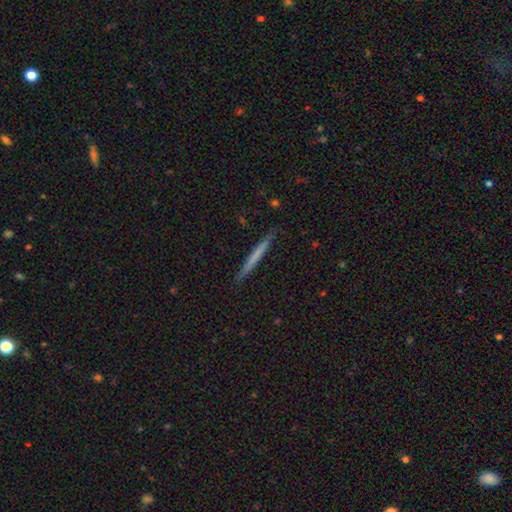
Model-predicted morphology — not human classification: A smooth galaxy with no disk features (59%) that is cigar-shaped (97%). Merging: none (90%).